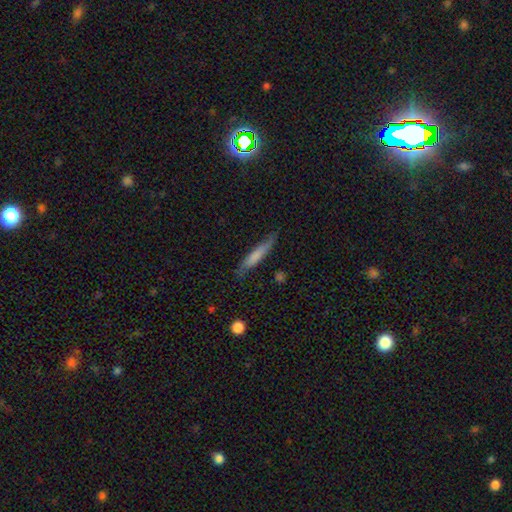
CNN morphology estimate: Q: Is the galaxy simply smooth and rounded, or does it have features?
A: smooth — 67%.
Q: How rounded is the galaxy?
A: cigar-shaped — 91%.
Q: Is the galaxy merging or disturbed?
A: none — 74%.